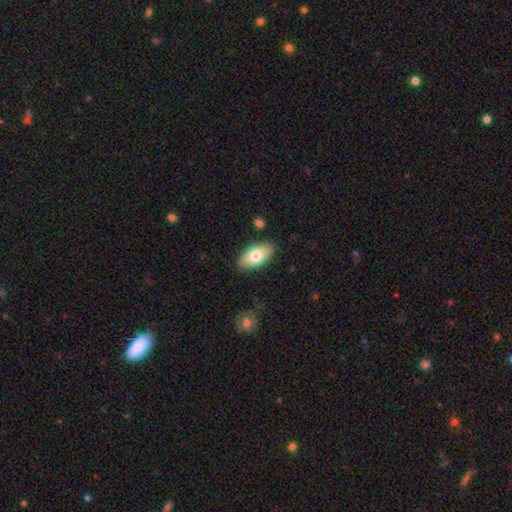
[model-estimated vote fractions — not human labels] This appears to be a smooth galaxy with no disk features (74%) that is in between round and cigar-shaped (92%). Merging: none (86%).